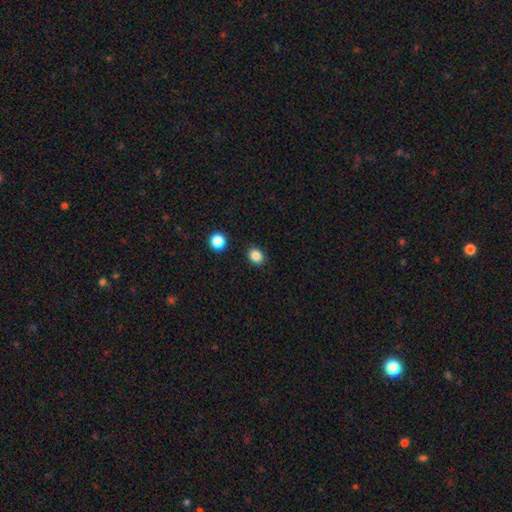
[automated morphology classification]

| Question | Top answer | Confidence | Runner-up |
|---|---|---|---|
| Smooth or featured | smooth | 85% | star or artifact (11%) |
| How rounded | round | 62% | in between (37%) |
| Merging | none | 88% | minor disturbance (7%) |